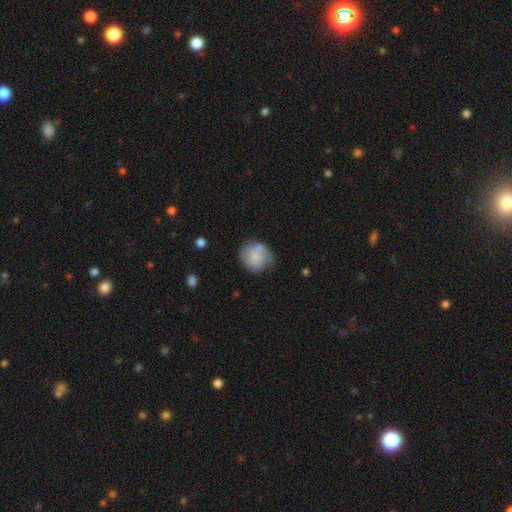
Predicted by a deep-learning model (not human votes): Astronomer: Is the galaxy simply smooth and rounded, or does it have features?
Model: smooth — 62%.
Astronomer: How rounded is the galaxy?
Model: round — 83%.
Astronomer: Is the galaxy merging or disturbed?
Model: none — 59%.